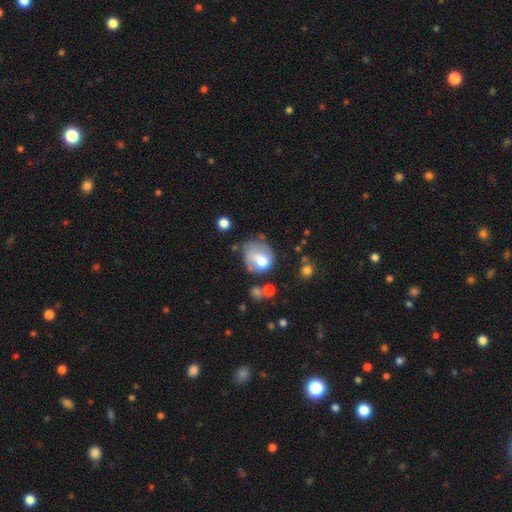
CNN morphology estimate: Smooth or featured: smooth — 65% (featured or disk — 24%)
How rounded: round — 66% (in between — 33%)
Merging: none — 37% (minor disturbance — 28%)